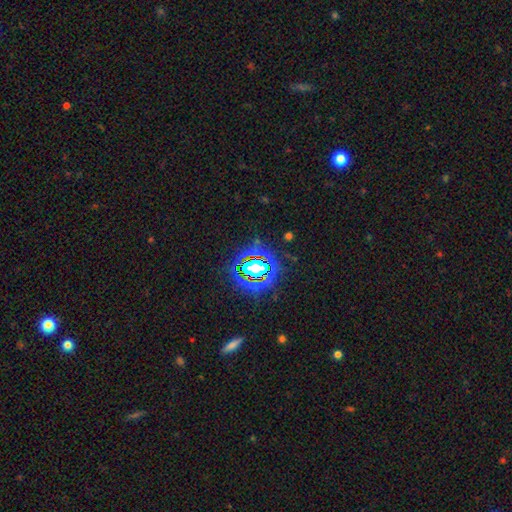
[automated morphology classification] star or artifact 81%, smooth 11%, featured or disk 8%.